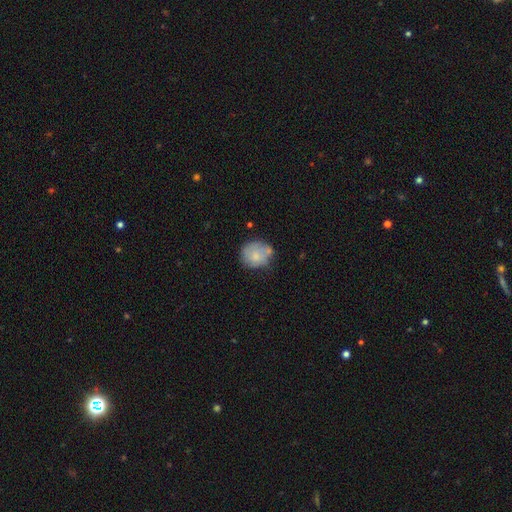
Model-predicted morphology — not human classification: A smooth galaxy with no disk features (69%) that is round (73%).

Vote fractions:
- Smooth or featured? smooth: 69% / featured or disk: 24% / star or artifact: 8%
- How rounded? round: 73% / in between: 26% / cigar-shaped: 1%
- Merging? none: 54% / minor disturbance: 28% / major disturbance: 9% / merger: 9%